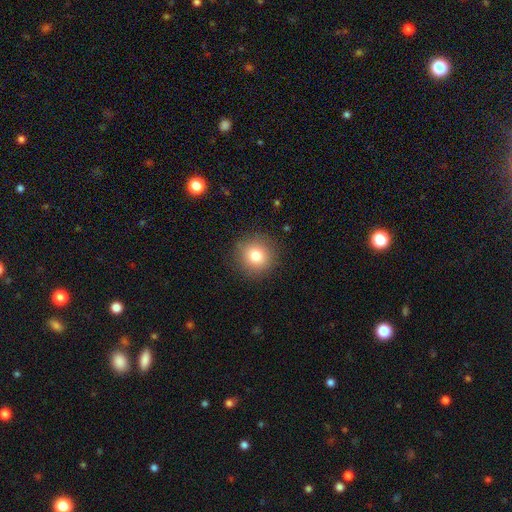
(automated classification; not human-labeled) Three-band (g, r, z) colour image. It shows a smooth galaxy with no disk features (80%) that is round (93%). Merging: none (90%).